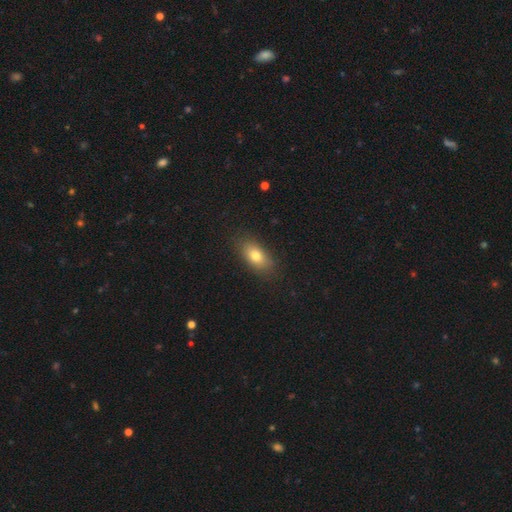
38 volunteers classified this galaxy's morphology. smooth_or_featured: smooth (p=0.84) [alt: featured or disk p=0.13]
how_rounded: in between (p=0.88) [alt: cigar-shaped p=0.09]
merging: none (p=0.81) [alt: minor disturbance p=0.11]